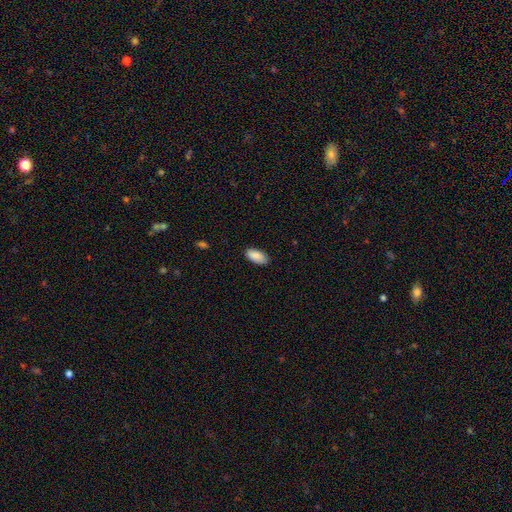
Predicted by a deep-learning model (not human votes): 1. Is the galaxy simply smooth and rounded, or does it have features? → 89% smooth, 6% star or artifact, 4% featured or disk.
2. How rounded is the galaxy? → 93% in between, 5% cigar-shaped, 2% round.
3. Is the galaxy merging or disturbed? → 85% none, 11% minor disturbance, 2% major disturbance, 1% merger.